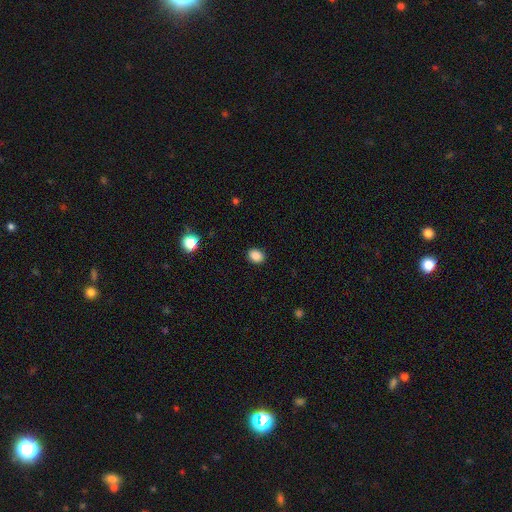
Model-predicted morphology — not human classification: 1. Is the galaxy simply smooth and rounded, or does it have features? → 87% smooth, 10% star or artifact, 3% featured or disk.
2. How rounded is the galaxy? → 51% in between, 48% round, 1% cigar-shaped.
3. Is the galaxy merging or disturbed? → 90% none, 7% minor disturbance, 2% major disturbance, 1% merger.